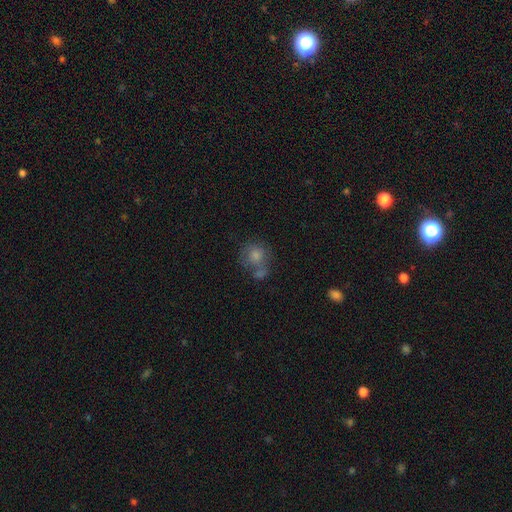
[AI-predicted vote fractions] The model was most divided on "merging": none: 37%, merger: 35%, minor disturbance: 17%, major disturbance: 12%. More confident: how rounded — round (80%); smooth or featured — smooth (70%).